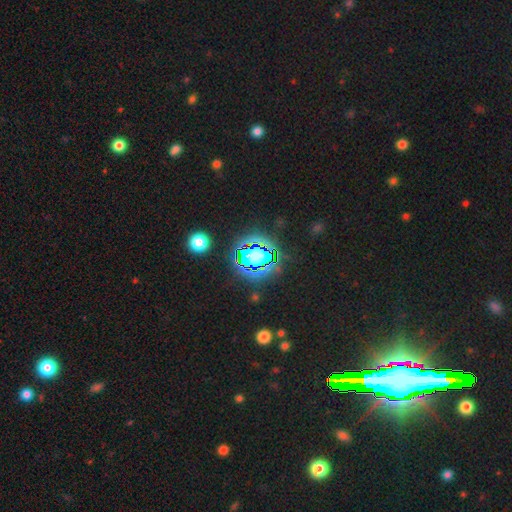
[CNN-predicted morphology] Q: Smooth or featured?
A: star or artifact (69%); runner-up: smooth (19%)